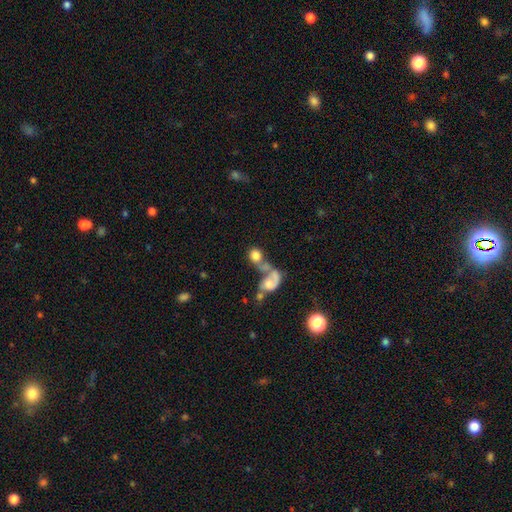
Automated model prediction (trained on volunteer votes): This appears to be a smooth galaxy with no disk features (69%) that is round (63%). Merging: merger (64%).